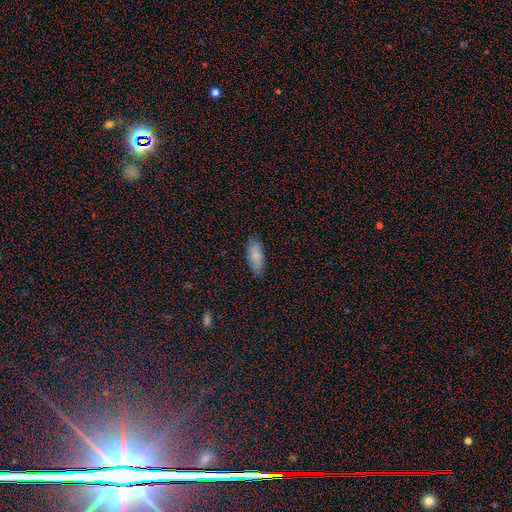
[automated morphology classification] smooth_or_featured: smooth (p=0.83) [alt: featured or disk p=0.09]
how_rounded: in between (p=0.75) [alt: cigar-shaped p=0.23]
merging: none (p=0.86) [alt: minor disturbance p=0.11]